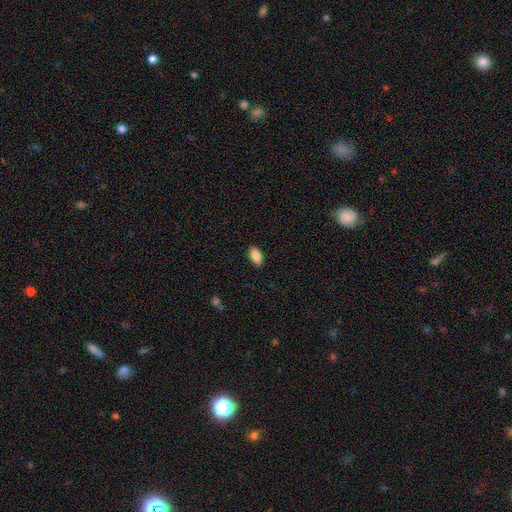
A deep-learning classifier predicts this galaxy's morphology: smooth_or_featured: smooth (p=0.87) [alt: star or artifact p=0.07]
how_rounded: in between (p=0.92) [alt: cigar-shaped p=0.05]
merging: none (p=0.89) [alt: minor disturbance p=0.08]